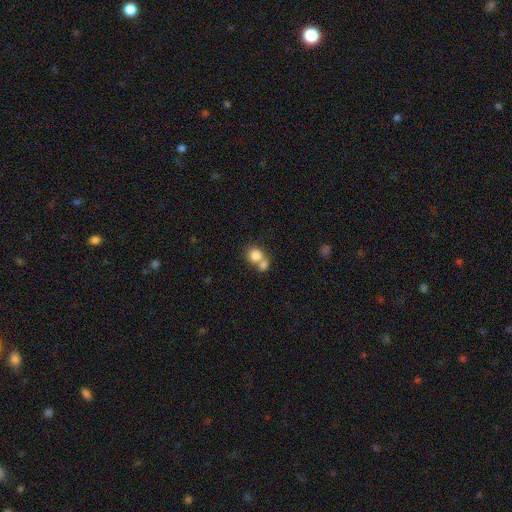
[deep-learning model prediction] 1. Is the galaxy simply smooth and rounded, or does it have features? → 80% smooth, 11% featured or disk, 9% star or artifact.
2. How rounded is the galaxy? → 76% round, 23% in between, 1% cigar-shaped.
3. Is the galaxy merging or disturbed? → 57% merger, 33% none, 7% minor disturbance, 3% major disturbance.